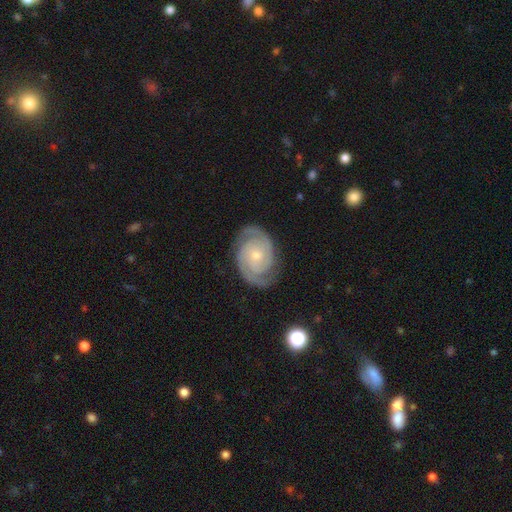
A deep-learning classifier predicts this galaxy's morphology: Smooth or featured? Predicted: featured or disk (p=0.90). Edge-on disk? Predicted: no (p=0.98). Bar? Predicted: no (p=0.70). Spiral arms? Predicted: yes (p=0.98). Spiral winding? Predicted: tight (p=0.68). Spiral arm count? Predicted: 2 (p=0.89). Bulge size? Predicted: small (p=0.59). Merging? Predicted: none (p=0.84).